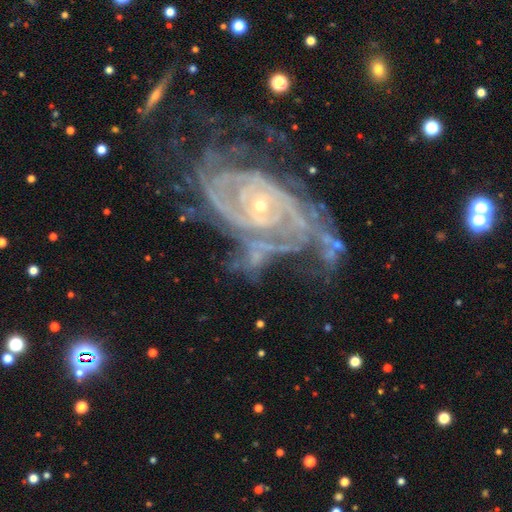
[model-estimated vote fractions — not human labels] Smooth or featured?
  - featured or disk: 85% *
  - star or artifact: 8%
  - smooth: 7%
Edge-on disk?
  - no: 96% *
  - yes: 4%
Bar?
  - no: 64% *
  - weak: 22%
  - strong: 14%
Spiral arms?
  - yes: 95% *
  - no: 5%
Spiral winding?
  - tight: 70% *
  - medium: 24%
  - loose: 6%
Spiral arm count?
  - 2: 27% *
  - can't tell: 24%
  - 3: 20%
  - 4: 12%
  - more than 4: 9%
  - 1: 8%
Bulge size?
  - small: 68% *
  - moderate: 27%
  - large: 2%
  - none: 1%
  - dominant: 1%
Merging?
  - none: 48% *
  - minor disturbance: 21%
  - major disturbance: 19%
  - merger: 11%